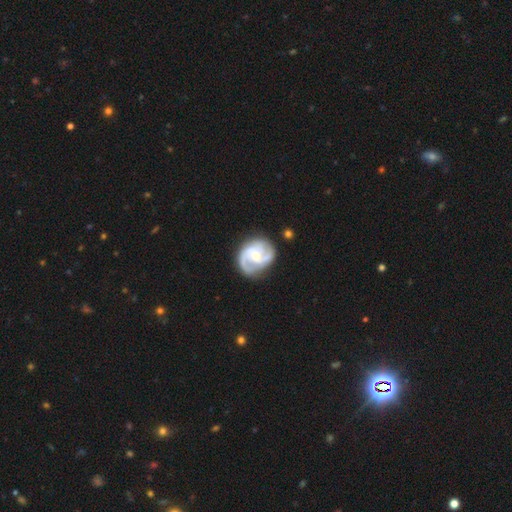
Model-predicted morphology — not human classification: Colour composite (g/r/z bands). It shows a featured or disk galaxy (89%) with no bar (56%), 2 (56%) medium (50%) spiral arms (97%) and a moderate central bulge (58%). Merging: none (75%).